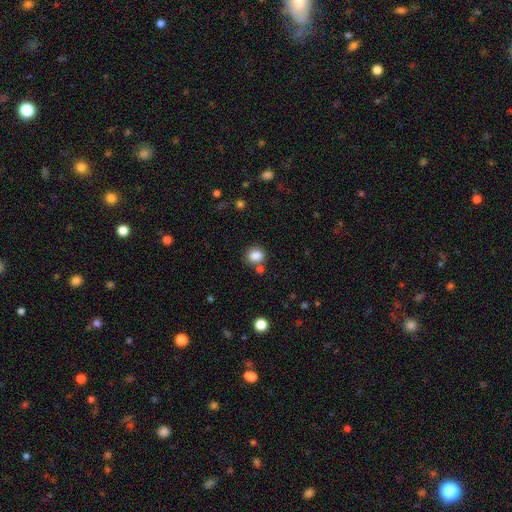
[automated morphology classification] This is clearly a smooth galaxy (85%). How rounded: likely round (68%). Merging: likely none (74%).